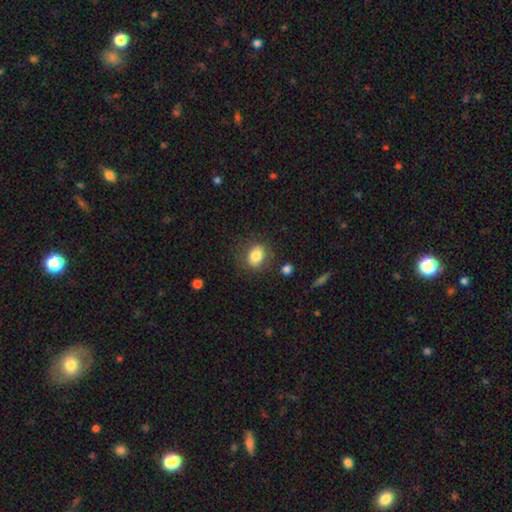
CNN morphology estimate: Smooth or featured? Predicted: smooth (p=0.82). How rounded? Predicted: round (p=0.50). Merging? Predicted: none (p=0.78).